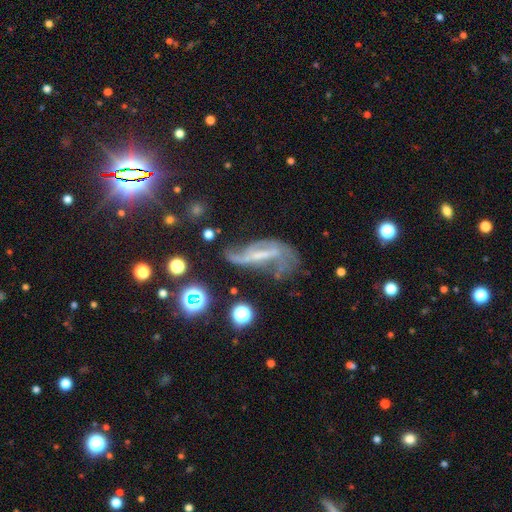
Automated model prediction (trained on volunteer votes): smooth-or-featured: featured or disk: 68% | smooth: 17% | star or artifact: 15%
  disk-edge-on: no: 85% | yes: 15%
    bar: strong: 41% | weak: 33% | no: 26%
    has-spiral-arms: yes: 71% | no: 29%
    bulge-size: small: 39% | none: 34% | moderate: 22% | large: 3% | dominant: 2%
  merging: major disturbance: 37% | none: 31% | minor disturbance: 22% | merger: 9%